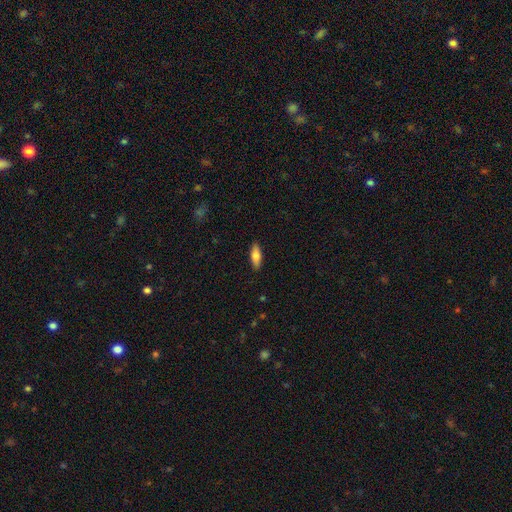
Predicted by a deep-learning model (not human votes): smooth 79%, featured or disk 15%, star or artifact 6%. Down the decision tree: how rounded — in between (66%); merging — none (89%).